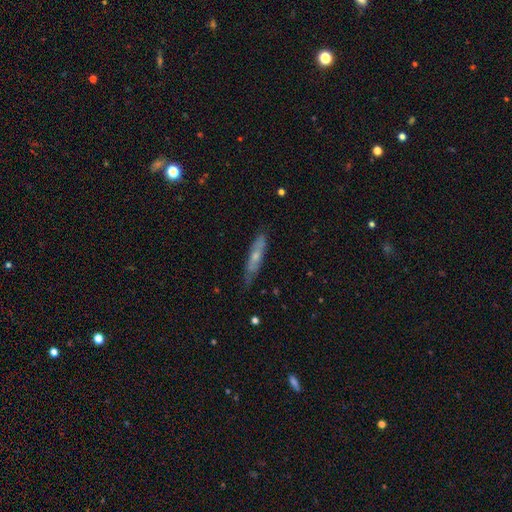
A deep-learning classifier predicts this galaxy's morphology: Smooth or featured? featured or disk (50%)
Edge-on disk? yes (65%)
Merging? none (74%)